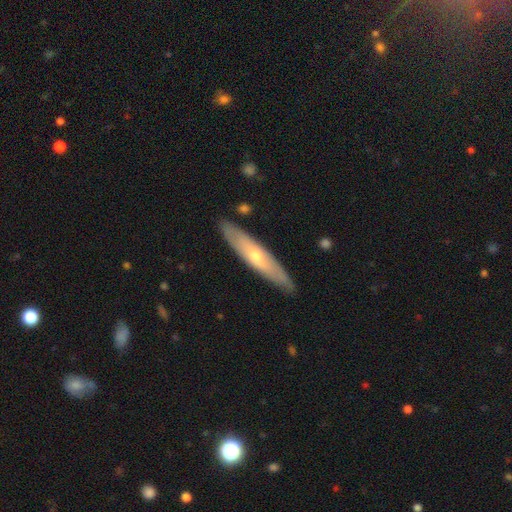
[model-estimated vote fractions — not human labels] Smooth or featured? Predicted: featured or disk (p=0.52). Edge-on disk? Predicted: yes (p=0.68). Merging? Predicted: none (p=0.86).